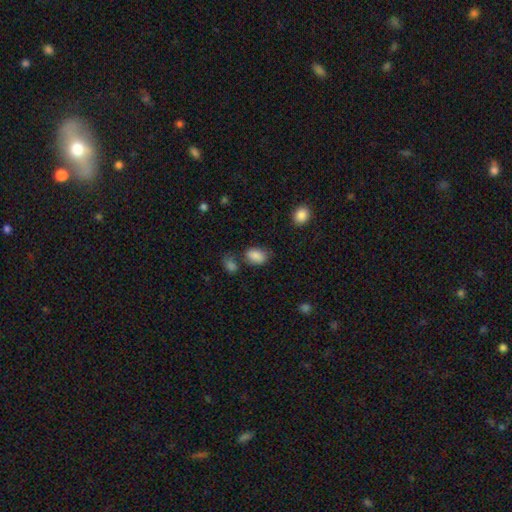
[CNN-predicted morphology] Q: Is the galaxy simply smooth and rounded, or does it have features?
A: smooth — 84%.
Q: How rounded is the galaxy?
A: in between — 83%.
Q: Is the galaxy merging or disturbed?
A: none — 62%.